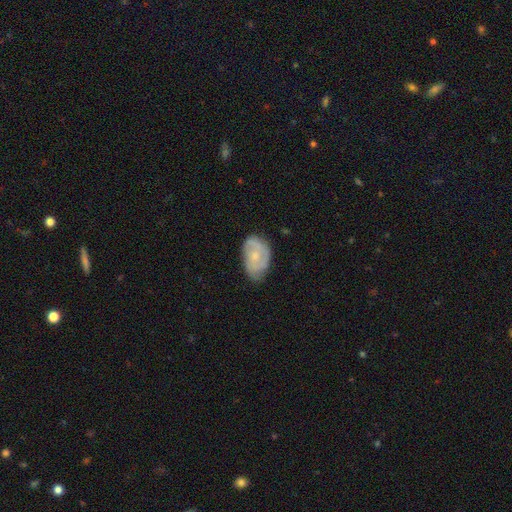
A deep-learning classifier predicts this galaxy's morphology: A featured or disk galaxy (65%) with no bar (72%), 2 (45%) tight (44%) spiral arms (87%) and a small central bulge (60%). Merging: none (62%).